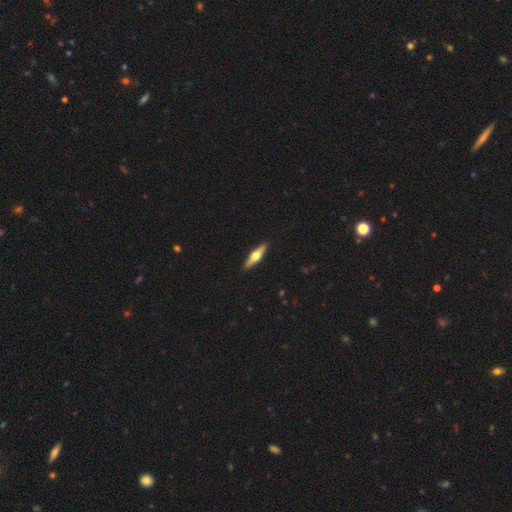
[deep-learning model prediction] The model was most divided on "smooth or featured": featured or disk: 61%, smooth: 34%, star or artifact: 5%. More confident: edge-on bulge — rounded (95%); edge-on disk — yes (95%); merging — none (91%).